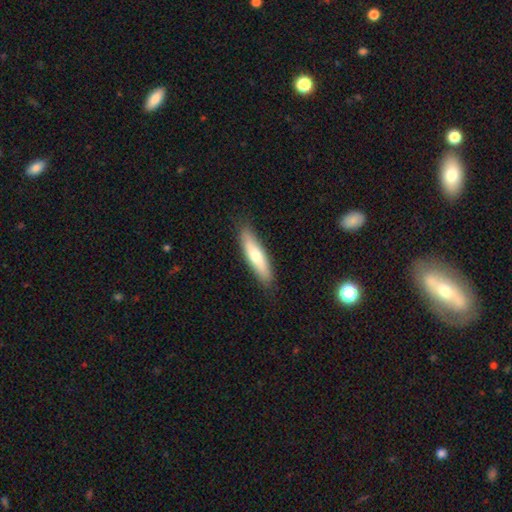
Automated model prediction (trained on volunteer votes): Smooth or featured?
  - smooth: 64% *
  - featured or disk: 30%
  - star or artifact: 6%
How rounded?
  - cigar-shaped: 71% *
  - in between: 28%
  - round: 2%
Merging?
  - none: 86% *
  - minor disturbance: 10%
  - major disturbance: 2%
  - merger: 1%